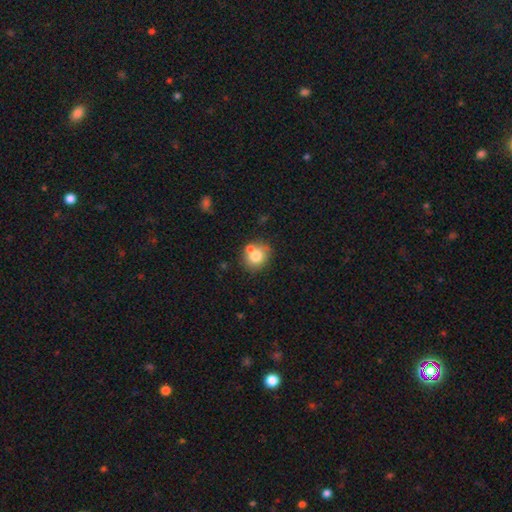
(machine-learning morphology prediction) A smooth galaxy with no disk features (74%) that is round (73%). Merging: none (60%).